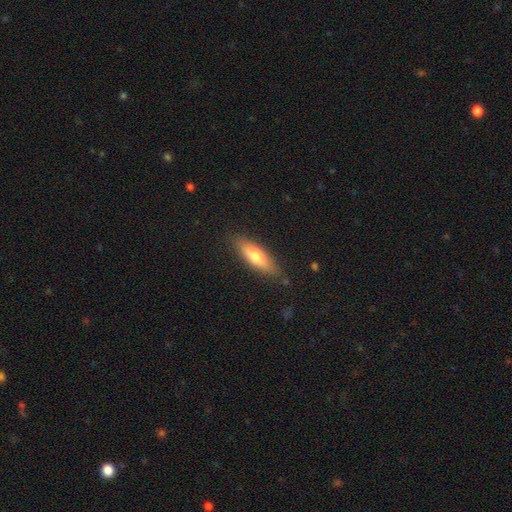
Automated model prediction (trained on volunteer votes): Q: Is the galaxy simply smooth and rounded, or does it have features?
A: smooth — 68%.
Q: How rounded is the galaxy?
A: cigar-shaped — 50%.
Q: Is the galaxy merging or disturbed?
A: none — 83%.